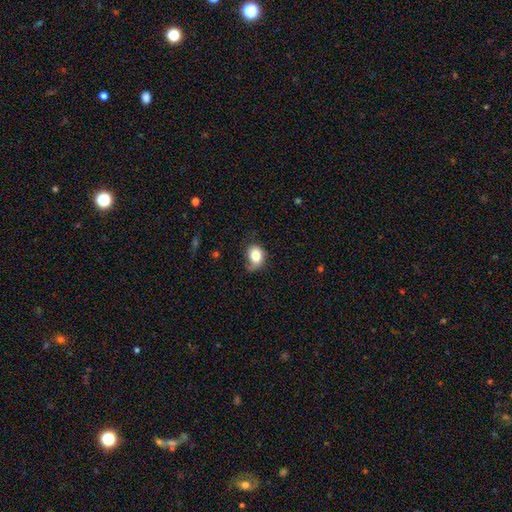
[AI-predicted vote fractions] Smooth or featured? smooth (79%)
How rounded? in between (56%)
Merging? none (45%)